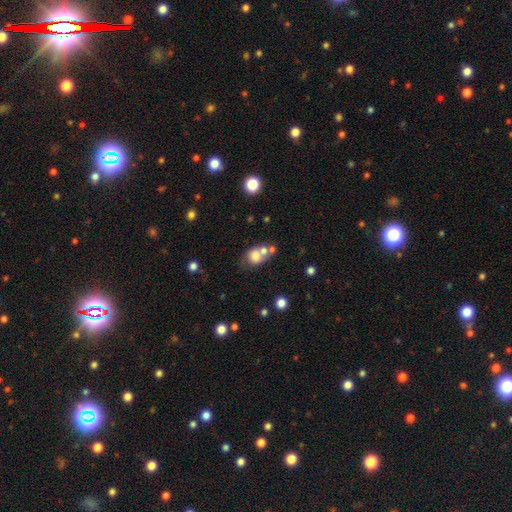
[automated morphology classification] A smooth galaxy with no disk features (73%) that is round (56%).

Vote fractions:
- Smooth or featured? smooth: 73% / featured or disk: 15% / star or artifact: 12%
- How rounded? round: 56% / in between: 42% / cigar-shaped: 1%
- Merging? merger: 45% / none: 35% / minor disturbance: 13% / major disturbance: 7%